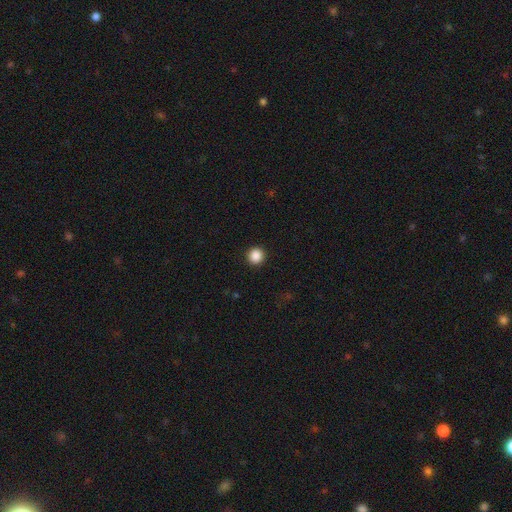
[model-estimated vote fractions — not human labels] This is clearly a smooth galaxy (88%). How rounded: clearly round (95%). Merging: clearly none (93%).